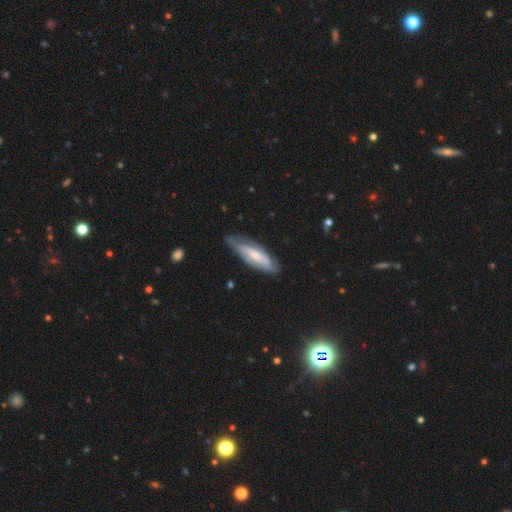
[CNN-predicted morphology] Smooth or featured? Predicted: smooth (p=0.48). Merging? Predicted: none (p=0.67).